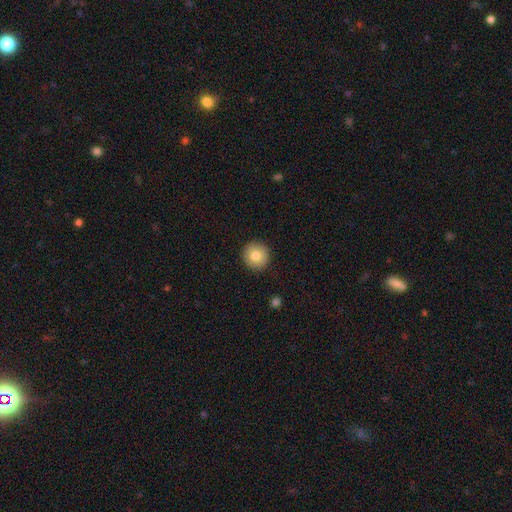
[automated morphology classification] Smooth or featured? smooth (81%)
How rounded? round (94%)
Merging? none (92%)